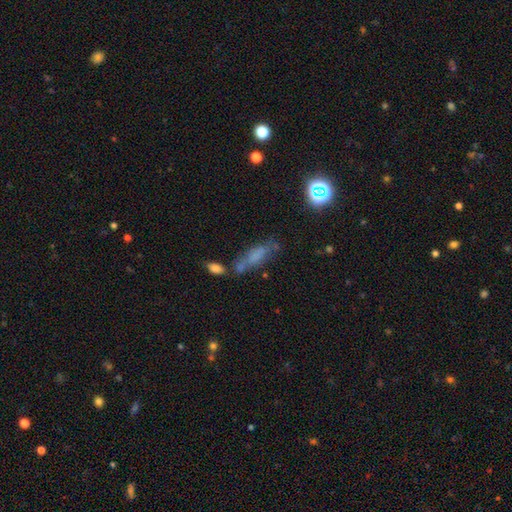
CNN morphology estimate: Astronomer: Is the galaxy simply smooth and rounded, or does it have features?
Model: smooth — 62%.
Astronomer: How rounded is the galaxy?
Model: cigar-shaped — 52% (runner-up: in between, 45%).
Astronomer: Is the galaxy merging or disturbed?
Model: none — 45% (runner-up: merger, 23%).